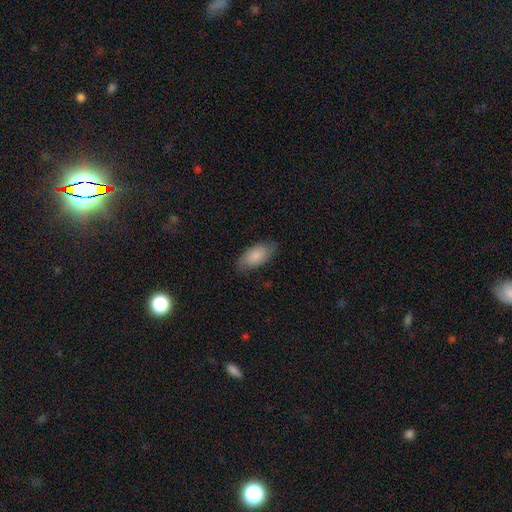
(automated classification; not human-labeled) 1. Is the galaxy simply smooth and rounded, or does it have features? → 79% smooth, 15% featured or disk, 6% star or artifact.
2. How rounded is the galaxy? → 93% in between, 5% cigar-shaped, 2% round.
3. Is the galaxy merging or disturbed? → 75% none, 19% minor disturbance, 5% major disturbance, 1% merger.